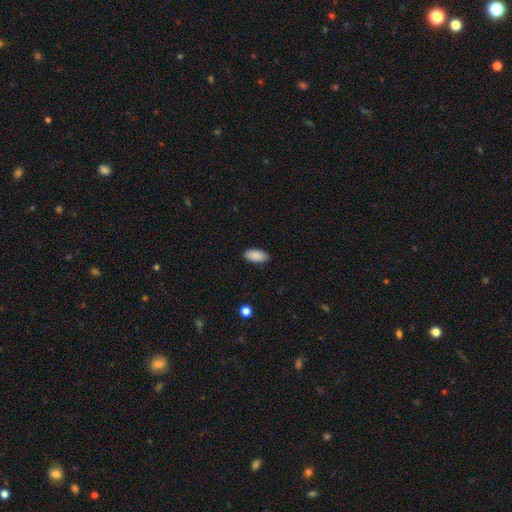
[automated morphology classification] The model was most divided on "merging": none: 87%, minor disturbance: 10%, major disturbance: 2%, merger: 1%. More confident: how rounded — in between (93%); smooth or featured — smooth (90%).